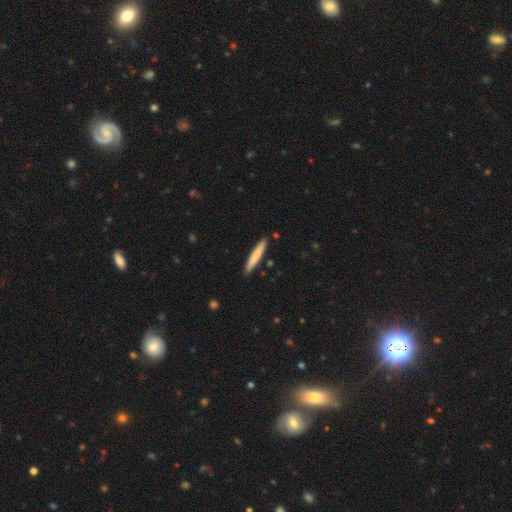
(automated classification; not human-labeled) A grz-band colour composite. It shows a smooth galaxy with no disk features (73%) that is cigar-shaped (94%). Merging: none (88%).